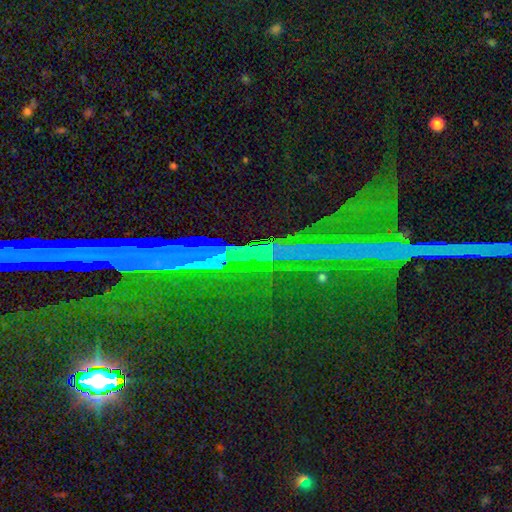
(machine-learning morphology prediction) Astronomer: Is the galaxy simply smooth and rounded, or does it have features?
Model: star or artifact — 86%.